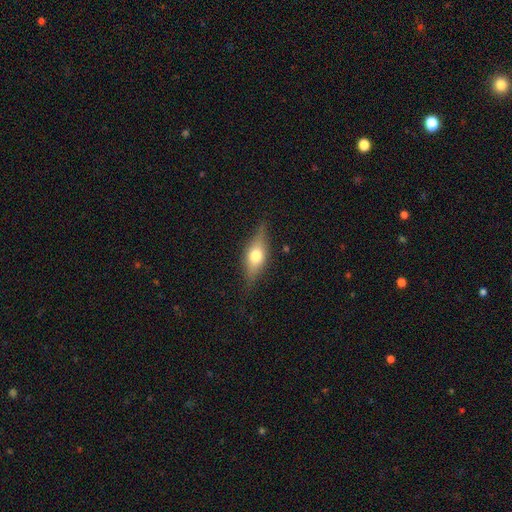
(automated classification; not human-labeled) Smooth or featured?
  - smooth: 49% *
  - featured or disk: 44%
  - star or artifact: 8%
Merging?
  - none: 79% *
  - minor disturbance: 16%
  - major disturbance: 4%
  - merger: 1%